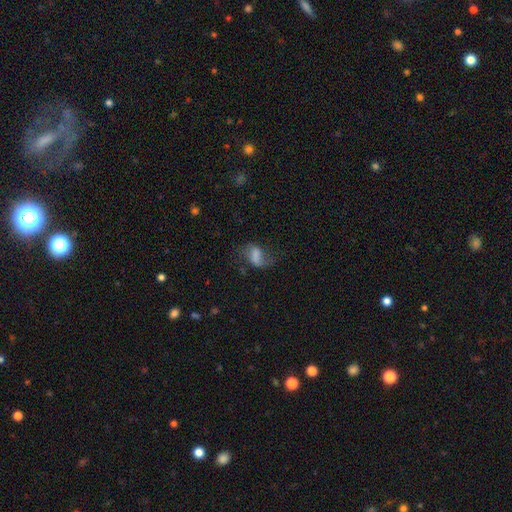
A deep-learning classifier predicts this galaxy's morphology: Smooth or featured: featured or disk — 46% (smooth — 43%)
Merging: none — 47% (major disturbance — 27%)